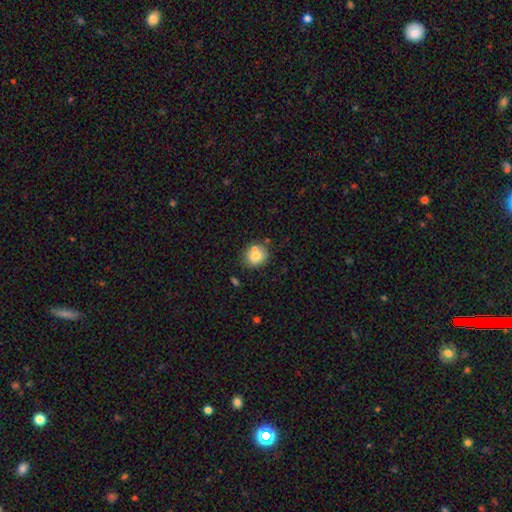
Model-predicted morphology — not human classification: smooth_or_featured: smooth (p=0.77) [alt: featured or disk p=0.13]
how_rounded: round (p=0.80) [alt: in between p=0.19]
merging: none (p=0.67) [alt: merger p=0.16]